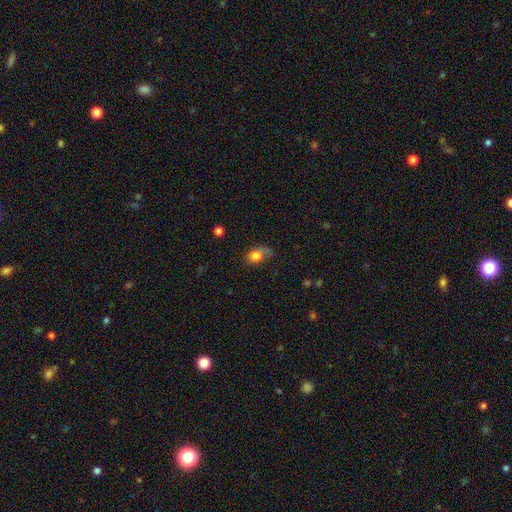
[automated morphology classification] smooth 75%, featured or disk 15%, star or artifact 9%. Down the decision tree: how rounded — in between (73%); merging — none (42%).